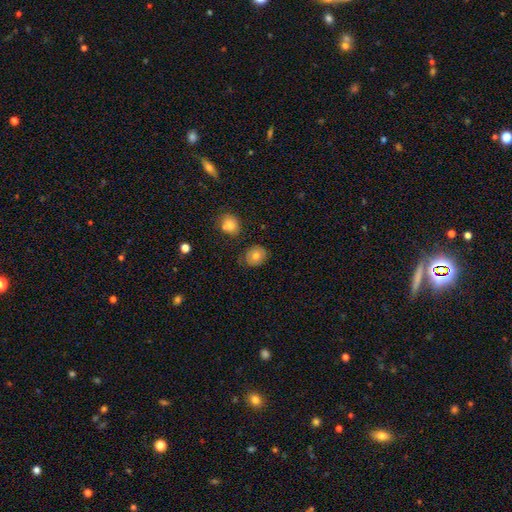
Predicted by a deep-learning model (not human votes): Overall: smooth (72%). How rounded: round (63%; in between 36%). Merging: none (73%).